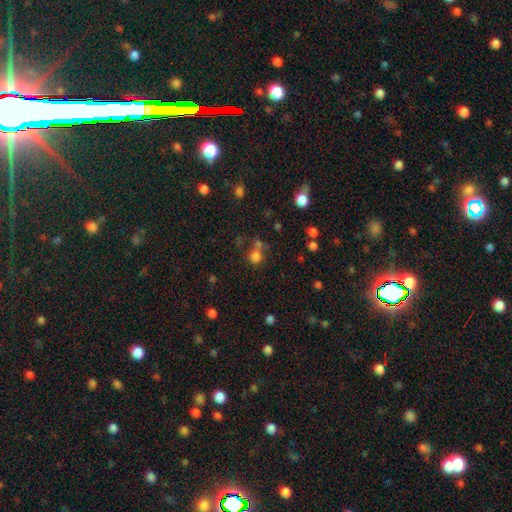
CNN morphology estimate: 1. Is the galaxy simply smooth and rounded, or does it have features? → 75% smooth, 18% star or artifact, 8% featured or disk.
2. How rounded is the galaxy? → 83% round, 16% in between, 1% cigar-shaped.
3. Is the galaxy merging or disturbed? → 52% none, 30% merger, 11% minor disturbance, 7% major disturbance.